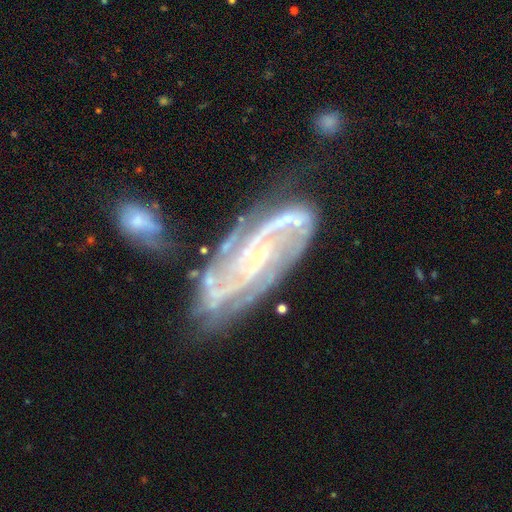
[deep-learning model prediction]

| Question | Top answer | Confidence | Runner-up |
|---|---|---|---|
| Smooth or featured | featured or disk | 89% | star or artifact (6%) |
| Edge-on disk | no | 94% | yes (6%) |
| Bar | no | 51% | weak (34%) |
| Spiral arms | yes | 98% | no (2%) |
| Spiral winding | tight | 49% | medium (41%) |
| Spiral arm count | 2 | 36% | 3 (25%) |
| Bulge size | small | 78% | moderate (13%) |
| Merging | none | 59% | minor disturbance (21%) |